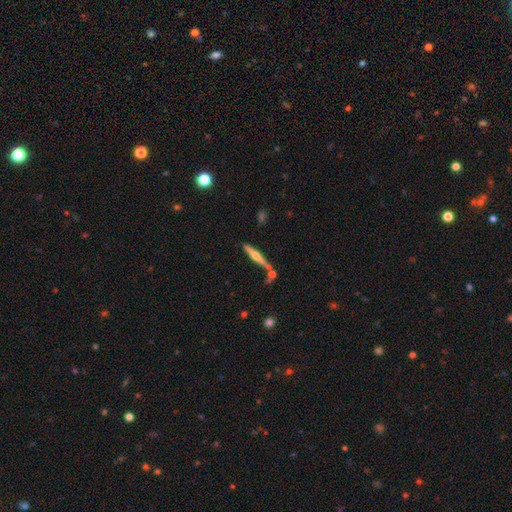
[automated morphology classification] smooth_or_featured: featured or disk (p=0.66) [alt: smooth p=0.28]
disk_edge_on: yes (p=0.97) [alt: no p=0.03]
edge_on_bulge: rounded (p=0.92) [alt: none p=0.04]
merging: none (p=0.75) [alt: merger p=0.11]